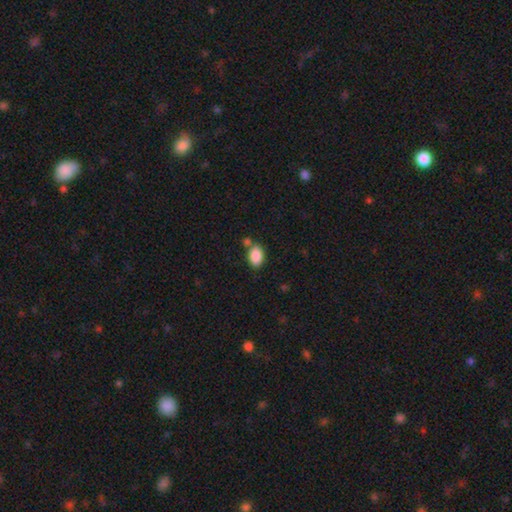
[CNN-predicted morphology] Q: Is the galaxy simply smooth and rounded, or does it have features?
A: smooth — 88%.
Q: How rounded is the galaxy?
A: in between — 88%.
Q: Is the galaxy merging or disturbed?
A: none — 67%.